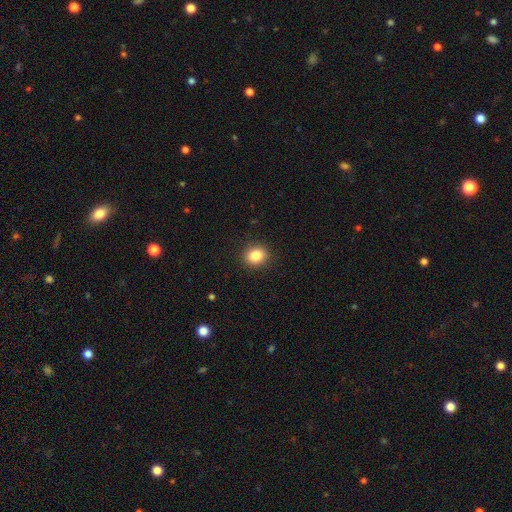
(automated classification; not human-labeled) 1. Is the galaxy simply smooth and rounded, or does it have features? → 84% smooth, 10% star or artifact, 6% featured or disk.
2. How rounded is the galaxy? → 69% round, 30% in between, 1% cigar-shaped.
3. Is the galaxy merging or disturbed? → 91% none, 6% minor disturbance, 2% major disturbance, 1% merger.